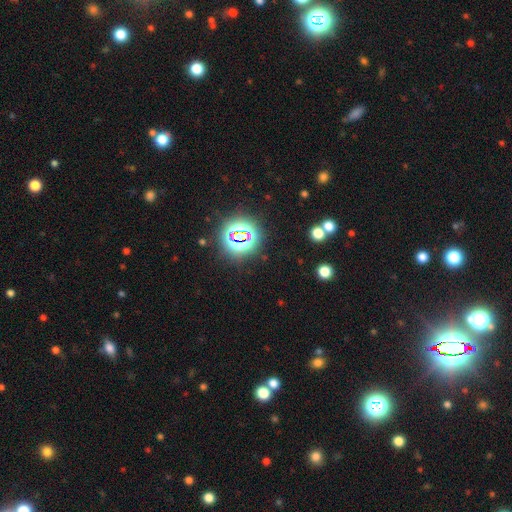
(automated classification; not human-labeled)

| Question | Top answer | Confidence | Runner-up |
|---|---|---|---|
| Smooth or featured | star or artifact | 81% | smooth (13%) |